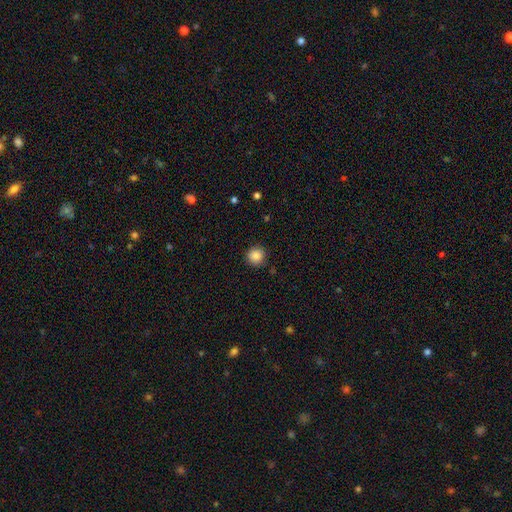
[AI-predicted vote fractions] Smooth or featured? Predicted: smooth (p=0.86). How rounded? Predicted: round (p=0.94). Merging? Predicted: none (p=0.89).